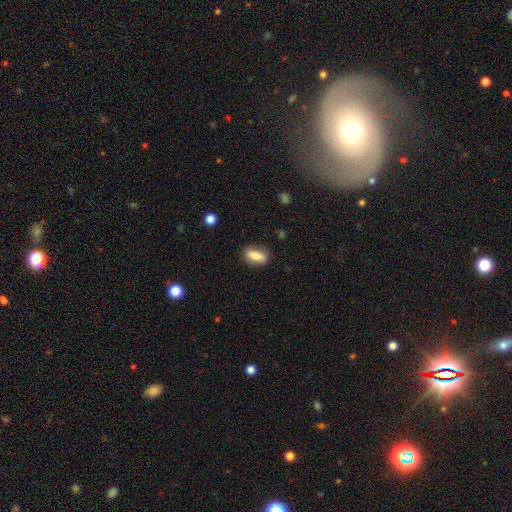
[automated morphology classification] The model was most divided on "how rounded": in between: 72%, cigar-shaped: 22%, round: 6%. More confident: merging — none (82%); smooth or featured — smooth (73%).